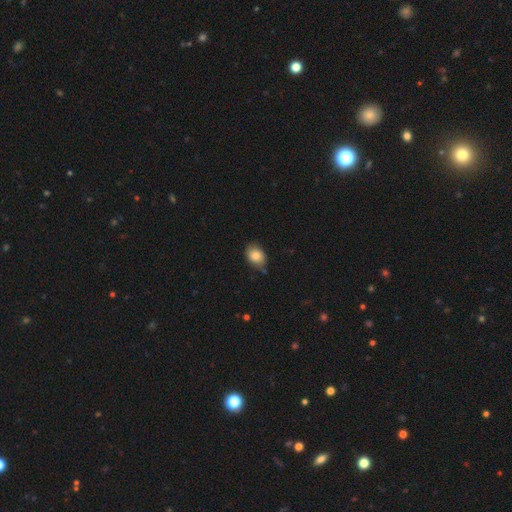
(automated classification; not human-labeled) This appears to be a smooth galaxy with no disk features (83%) that is in between round and cigar-shaped (67%). Merging: none (67%).